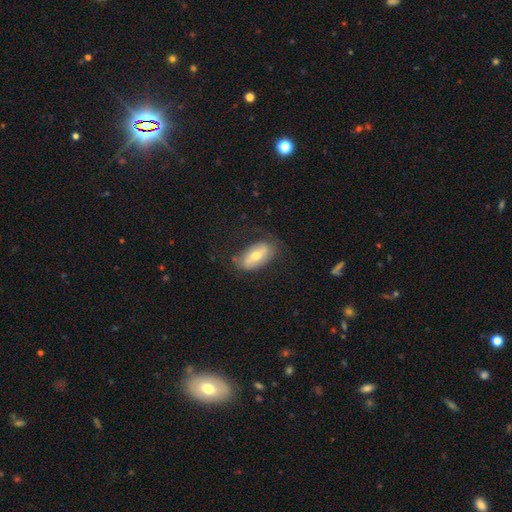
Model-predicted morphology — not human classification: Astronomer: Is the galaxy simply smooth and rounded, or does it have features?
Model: smooth — 48% (runner-up: featured or disk, 45%).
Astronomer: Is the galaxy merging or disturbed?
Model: none — 69%.